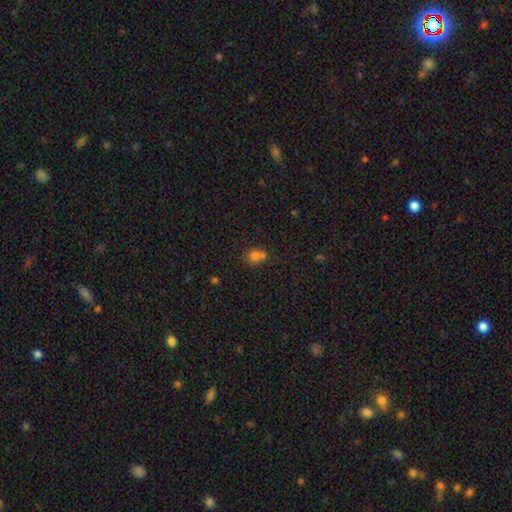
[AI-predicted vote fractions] Smooth or featured? smooth (71%)
How rounded? round (64%)
Merging? none (44%)